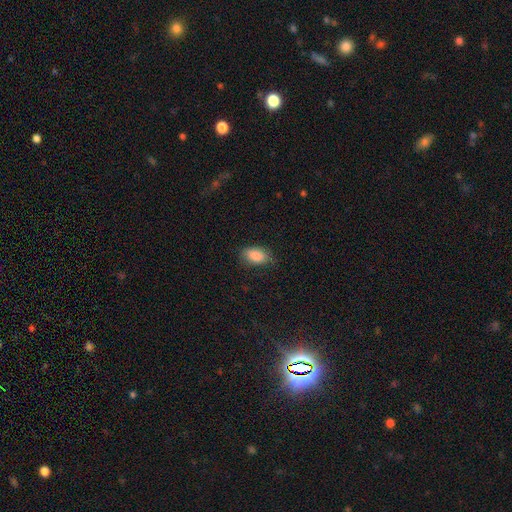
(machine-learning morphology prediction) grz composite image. It shows a smooth galaxy with no disk features (87%) that is in between round and cigar-shaped (92%). Merging: none (78%).